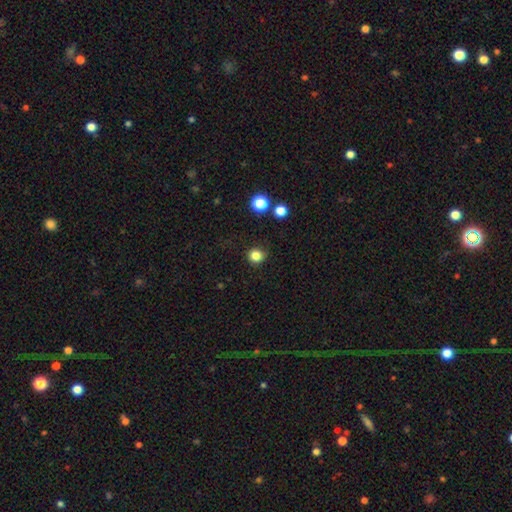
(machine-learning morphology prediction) Overall: smooth (83%). How rounded: round (91%). Merging: none (88%).